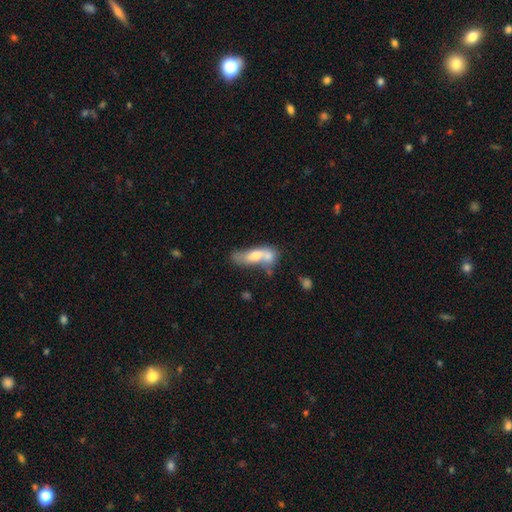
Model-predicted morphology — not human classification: The model was most divided on "smooth or featured": smooth: 55%, featured or disk: 38%, star or artifact: 8%. More confident: how rounded — in between (59%); merging — merger (54%).